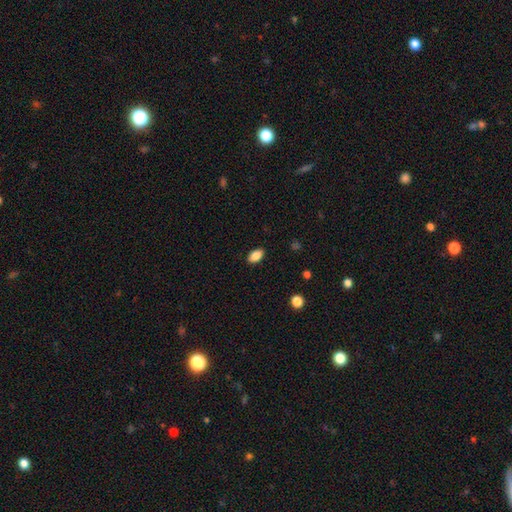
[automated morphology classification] type=smooth (87%); roundness=in between (92%); merging=none (89%).